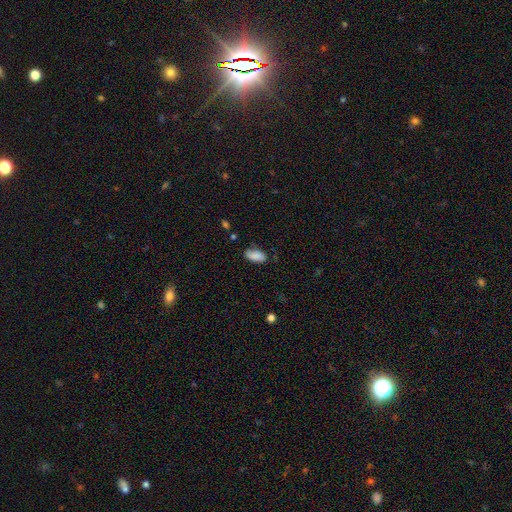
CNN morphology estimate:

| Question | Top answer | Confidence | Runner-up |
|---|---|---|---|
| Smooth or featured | smooth | 85% | featured or disk (8%) |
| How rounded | in between | 90% | cigar-shaped (7%) |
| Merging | none | 73% | minor disturbance (21%) |